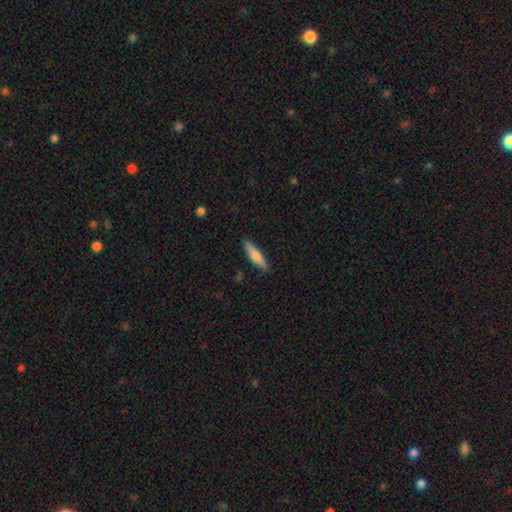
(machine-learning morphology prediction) Smooth or featured?
  - smooth: 69% *
  - featured or disk: 25%
  - star or artifact: 6%
How rounded?
  - cigar-shaped: 78% *
  - in between: 20%
  - round: 2%
Merging?
  - none: 86% *
  - minor disturbance: 10%
  - major disturbance: 2%
  - merger: 1%